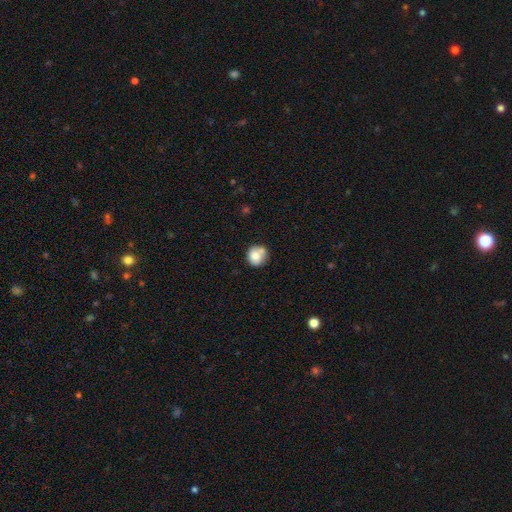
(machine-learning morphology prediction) type=smooth (77%); roundness=round (85%); merging=none (55%).